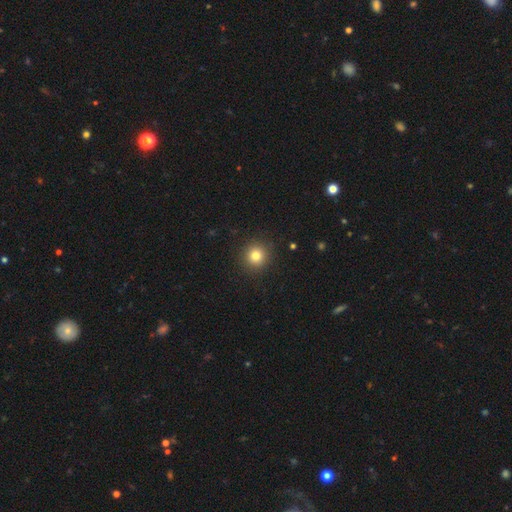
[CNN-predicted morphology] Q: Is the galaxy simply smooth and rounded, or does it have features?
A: smooth — 81%.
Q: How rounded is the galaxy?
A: round — 93%.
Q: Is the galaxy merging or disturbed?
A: none — 91%.